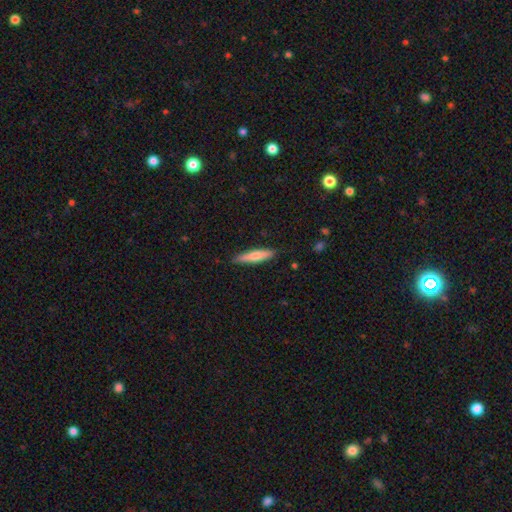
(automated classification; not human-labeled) Overall: smooth (68%). How rounded: cigar-shaped (86%). Merging: none (87%).